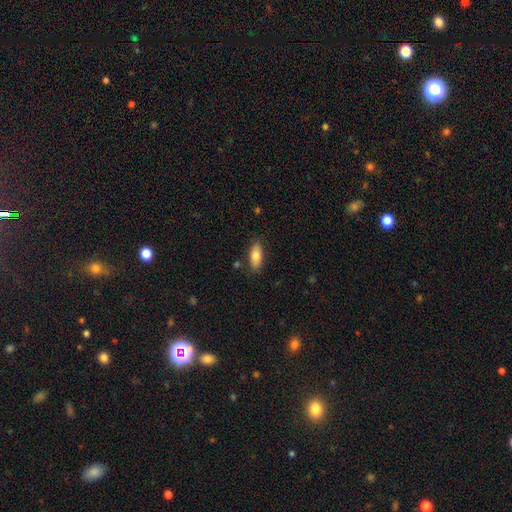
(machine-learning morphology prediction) smooth-or-featured: smooth: 78% | featured or disk: 15% | star or artifact: 6%
  how-rounded: in between: 83% | cigar-shaped: 15% | round: 2%
  merging: none: 84% | minor disturbance: 12% | major disturbance: 2% | merger: 2%